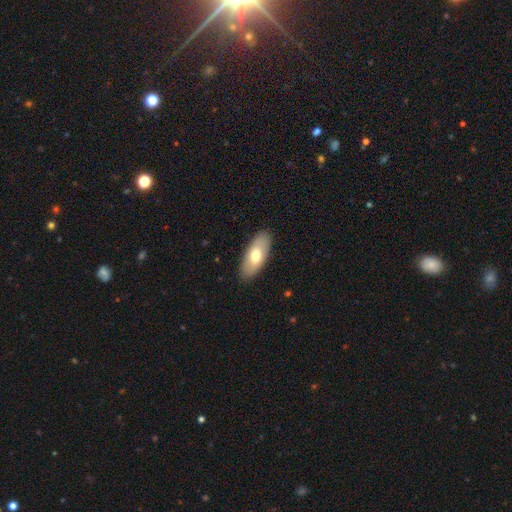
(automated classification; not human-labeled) A smooth galaxy with no disk features (68%) that is in between round and cigar-shaped (86%).

Vote fractions:
- Smooth or featured? smooth: 68% / featured or disk: 27% / star or artifact: 5%
- How rounded? in between: 86% / cigar-shaped: 12% / round: 2%
- Merging? none: 89% / minor disturbance: 9% / major disturbance: 2% / merger: 1%